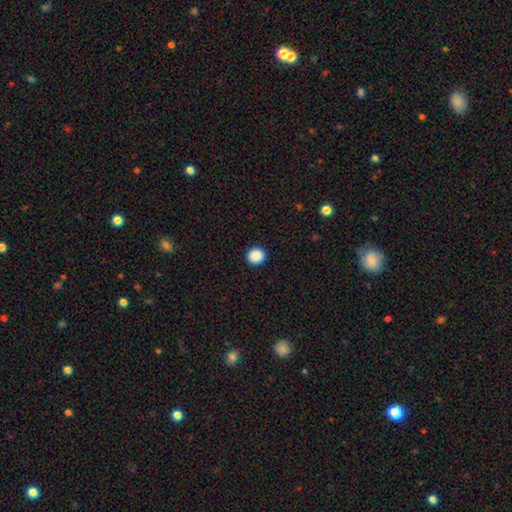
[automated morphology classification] Smooth or featured? Predicted: smooth (p=0.89). How rounded? Predicted: round (p=0.87). Merging? Predicted: none (p=0.92).